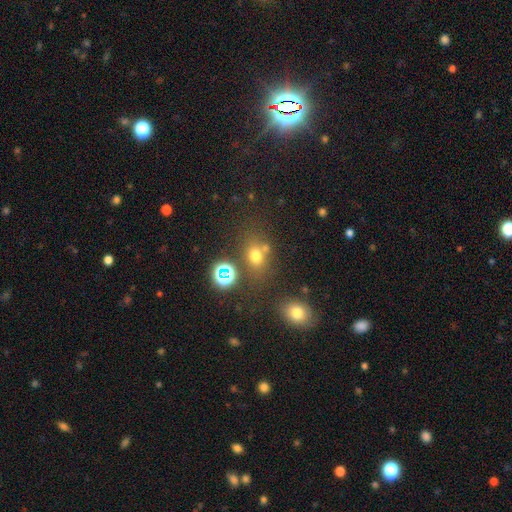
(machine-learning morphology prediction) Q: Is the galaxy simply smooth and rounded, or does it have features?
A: smooth — 65%.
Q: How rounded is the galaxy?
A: round — 51%.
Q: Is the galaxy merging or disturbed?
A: none — 63%.